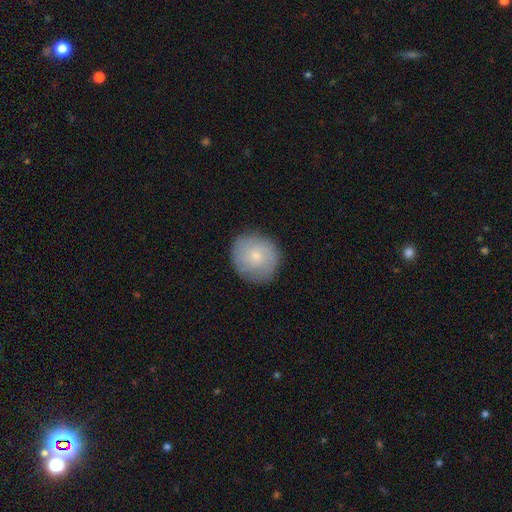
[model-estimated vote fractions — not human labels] A smooth galaxy with no disk features (56%) that is round (88%). Merging: none (85%).